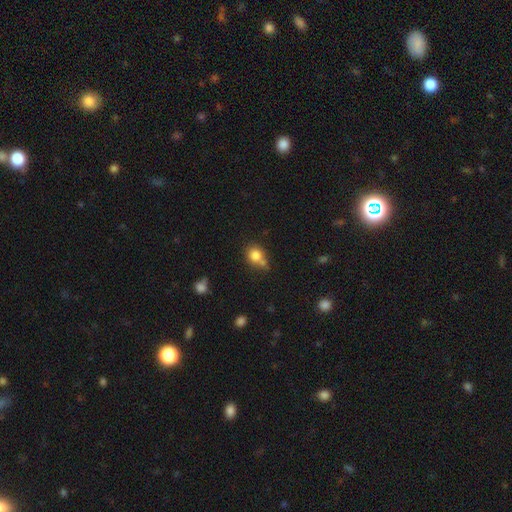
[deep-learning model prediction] Smooth or featured? Predicted: smooth (p=0.80). How rounded? Predicted: round (p=0.72). Merging? Predicted: none (p=0.52).